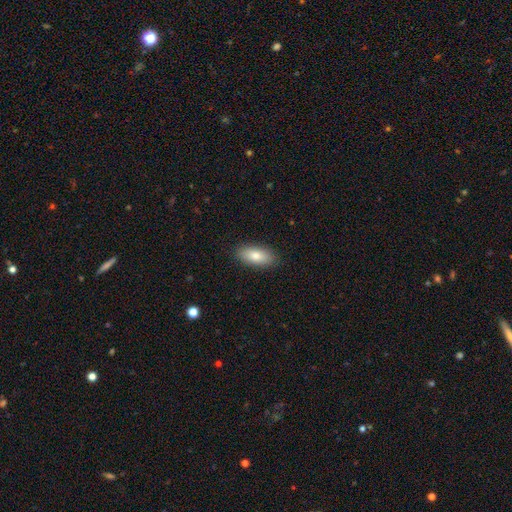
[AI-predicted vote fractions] smooth 81%, featured or disk 12%, star or artifact 7%. Down the decision tree: how rounded — in between (86%); merging — none (88%).